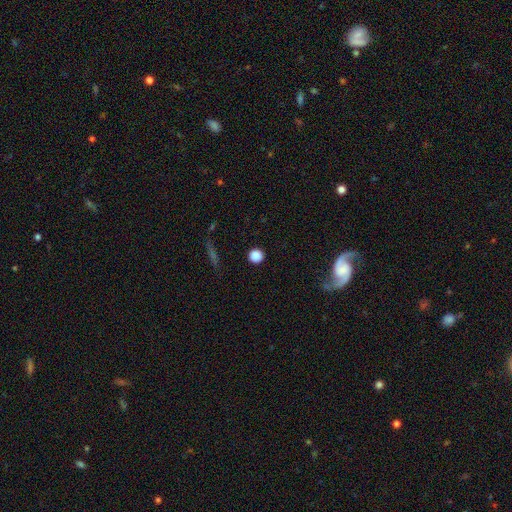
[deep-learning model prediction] smooth_or_featured: smooth (p=0.87) [alt: star or artifact p=0.10]
how_rounded: round (p=0.95) [alt: in between p=0.04]
merging: none (p=0.92) [alt: minor disturbance p=0.05]